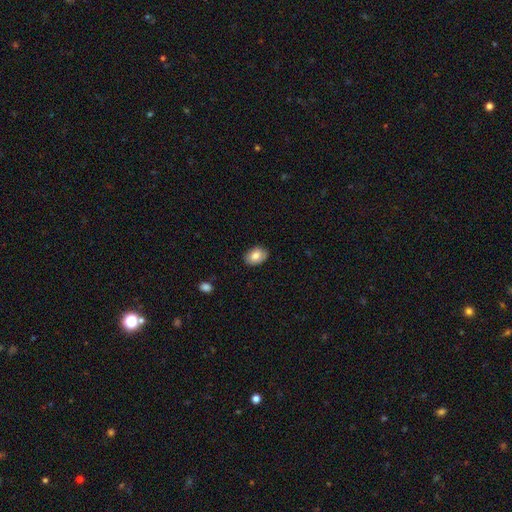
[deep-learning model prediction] Q: Smooth or featured?
A: smooth (80%); runner-up: featured or disk (12%)
Q: How rounded?
A: in between (77%); runner-up: round (22%)
Q: Merging?
A: none (86%); runner-up: minor disturbance (11%)